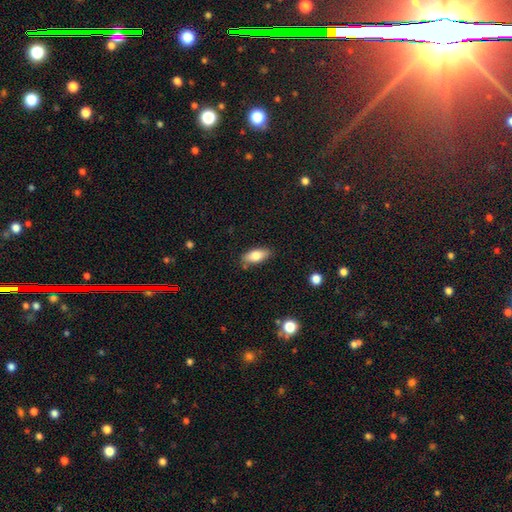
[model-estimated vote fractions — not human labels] A smooth galaxy with no disk features (77%) that is in between round and cigar-shaped (83%).

Vote fractions:
- Smooth or featured? smooth: 77% / featured or disk: 16% / star or artifact: 7%
- How rounded? in between: 83% / cigar-shaped: 14% / round: 3%
- Merging? none: 81% / minor disturbance: 14% / major disturbance: 3% / merger: 2%